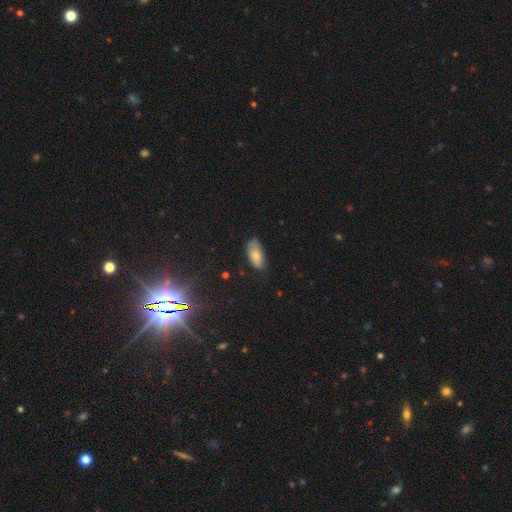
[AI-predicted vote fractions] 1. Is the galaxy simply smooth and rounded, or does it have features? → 71% smooth, 20% featured or disk, 8% star or artifact.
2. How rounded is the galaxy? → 89% in between, 8% cigar-shaped, 3% round.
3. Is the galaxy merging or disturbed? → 60% none, 31% minor disturbance, 7% major disturbance, 2% merger.